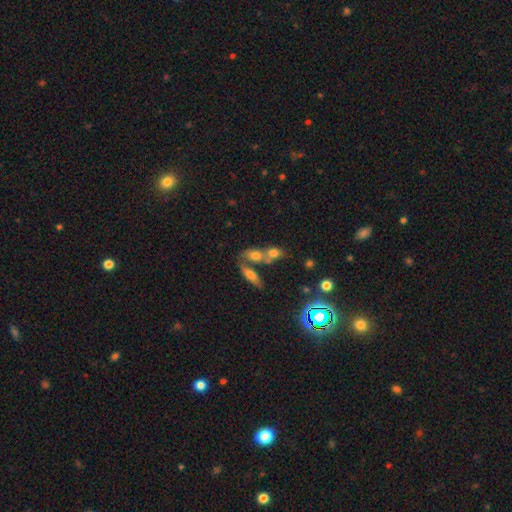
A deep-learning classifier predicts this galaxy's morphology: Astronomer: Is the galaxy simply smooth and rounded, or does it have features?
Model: smooth — 63%.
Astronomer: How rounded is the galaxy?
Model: in between — 66%.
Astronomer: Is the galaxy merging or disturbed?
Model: merger — 57%.